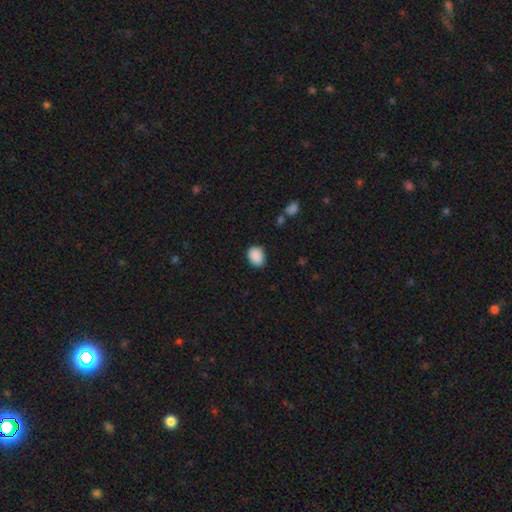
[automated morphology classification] Smooth or featured? smooth (89%)
How rounded? in between (57%)
Merging? none (82%)